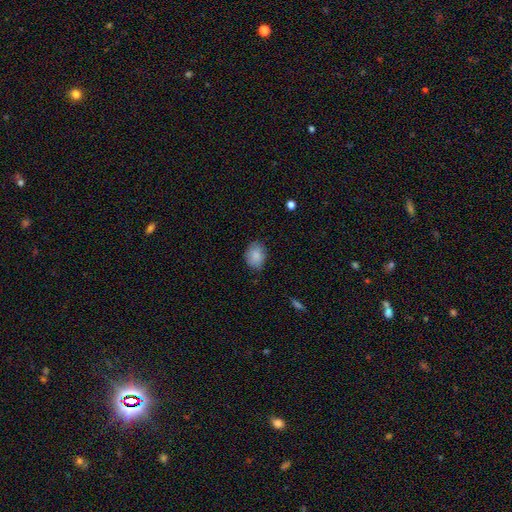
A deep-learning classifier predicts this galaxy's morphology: type=smooth (85%); roundness=in between (65%); merging=none (75%).